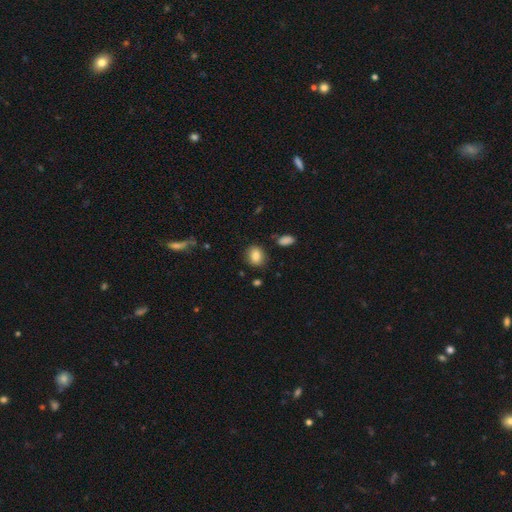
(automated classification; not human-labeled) Smooth or featured?
  - smooth: 83% *
  - star or artifact: 9%
  - featured or disk: 8%
How rounded?
  - round: 59% *
  - in between: 40%
  - cigar-shaped: 1%
Merging?
  - none: 85% *
  - minor disturbance: 10%
  - major disturbance: 3%
  - merger: 3%